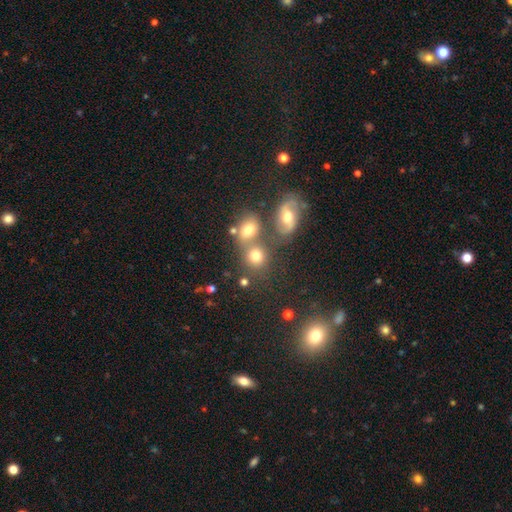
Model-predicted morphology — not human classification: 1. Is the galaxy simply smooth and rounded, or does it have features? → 72% smooth, 14% featured or disk, 14% star or artifact.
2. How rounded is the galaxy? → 71% round, 27% in between, 1% cigar-shaped.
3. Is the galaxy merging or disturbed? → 53% none, 32% merger, 10% minor disturbance, 5% major disturbance.